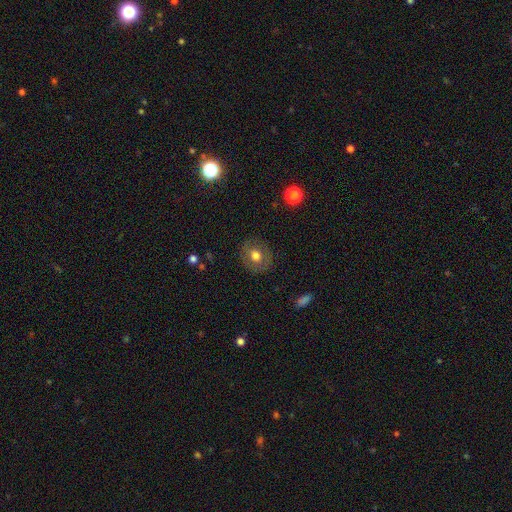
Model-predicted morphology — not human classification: Q: Smooth or featured?
A: smooth (62%); runner-up: featured or disk (29%)
Q: How rounded?
A: round (79%); runner-up: in between (20%)
Q: Merging?
A: none (85%); runner-up: minor disturbance (10%)